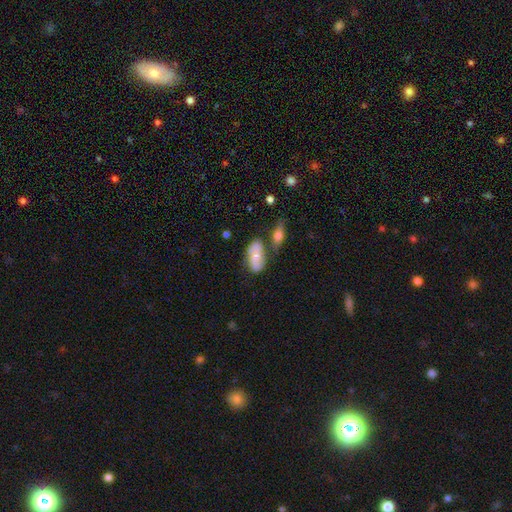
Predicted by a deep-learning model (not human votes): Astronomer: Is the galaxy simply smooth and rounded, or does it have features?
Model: smooth — 47% (runner-up: featured or disk, 46%).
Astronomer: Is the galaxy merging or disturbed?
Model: none — 51%.